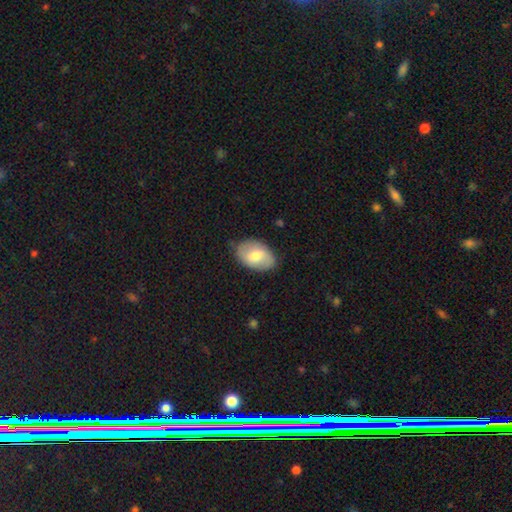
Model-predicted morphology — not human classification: A smooth galaxy with no disk features (66%) that is in between round and cigar-shaped (89%).

Vote fractions:
- Smooth or featured? smooth: 66% / featured or disk: 28% / star or artifact: 6%
- How rounded? in between: 89% / round: 10% / cigar-shaped: 1%
- Merging? none: 80% / minor disturbance: 16% / major disturbance: 3% / merger: 1%